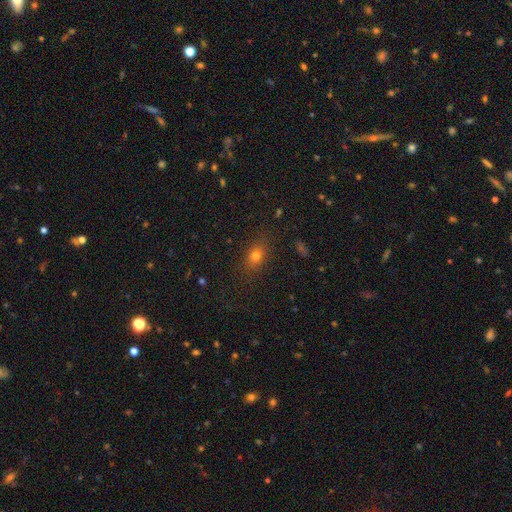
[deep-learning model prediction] A smooth galaxy with no disk features (74%) that is in between round and cigar-shaped (65%). Merging: none (83%).